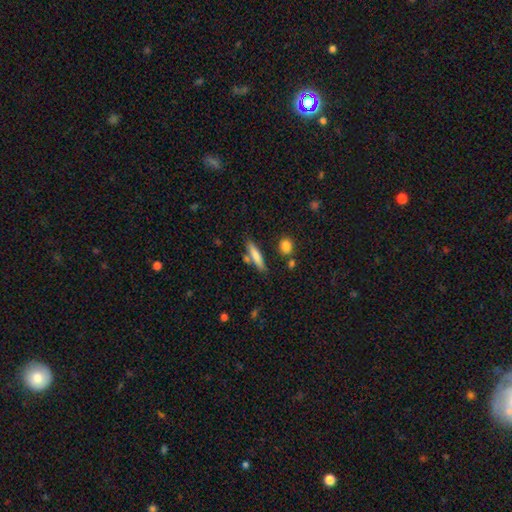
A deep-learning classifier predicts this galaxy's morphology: A smooth galaxy with no disk features (74%) that is cigar-shaped (79%).

Vote fractions:
- Smooth or featured? smooth: 74% / featured or disk: 20% / star or artifact: 7%
- How rounded? cigar-shaped: 79% / in between: 19% / round: 2%
- Merging? none: 75% / minor disturbance: 12% / merger: 10% / major disturbance: 3%